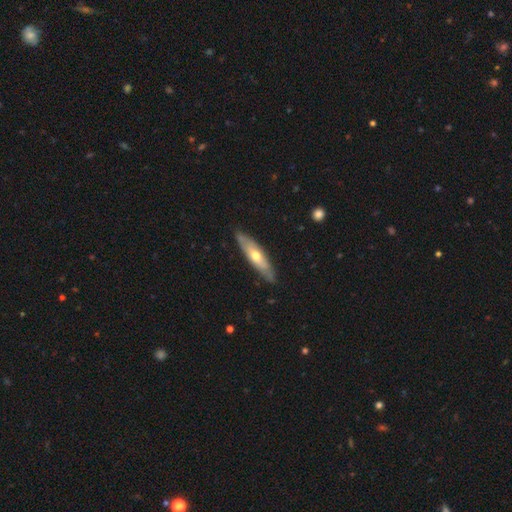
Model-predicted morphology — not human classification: This is possibly a featured or disk galaxy (51%). It is likely viewed edge-on (68%). Merging: clearly none (86%).